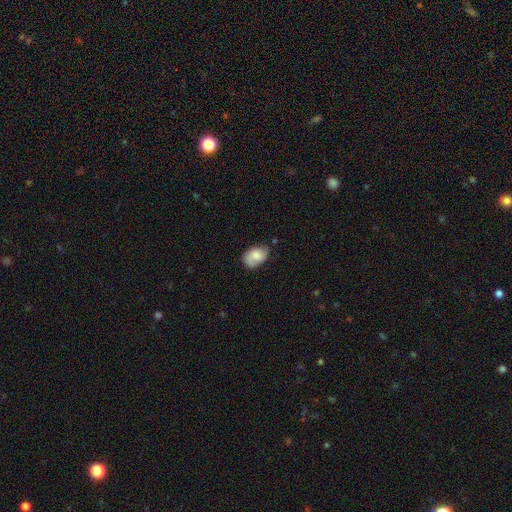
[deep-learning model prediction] This is likely a smooth galaxy (67%). How rounded: clearly in between (85%). Merging: possibly none (58%).